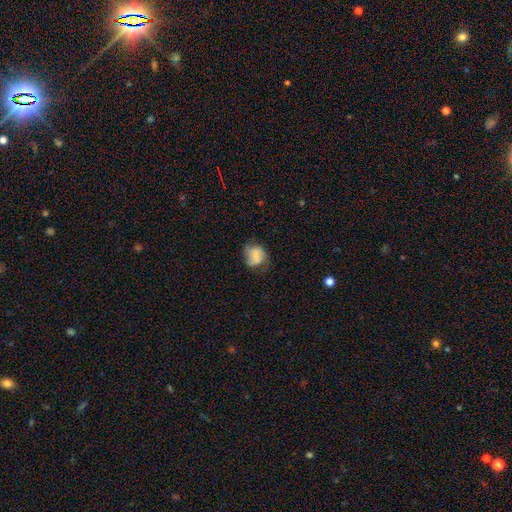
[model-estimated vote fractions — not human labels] Smooth or featured? smooth (59%)
How rounded? round (69%)
Merging? none (61%)